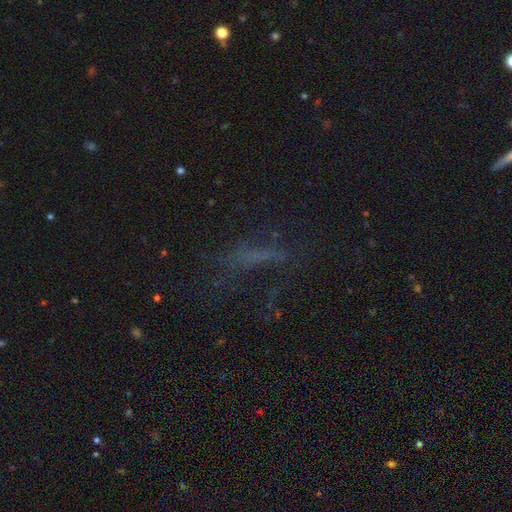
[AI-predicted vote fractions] star or artifact 37%, smooth 36%, featured or disk 27%.